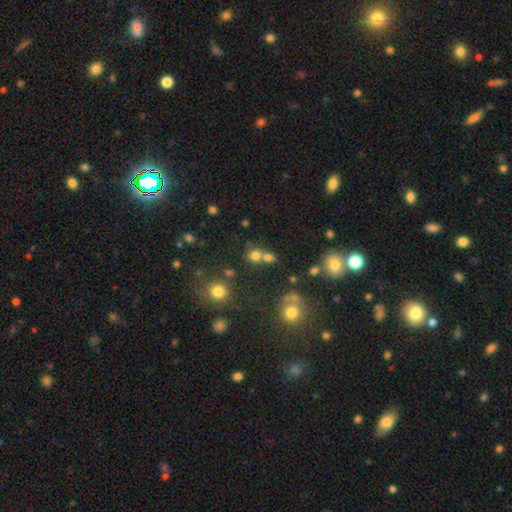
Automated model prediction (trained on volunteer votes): smooth_or_featured: smooth (p=0.70) [alt: star or artifact p=0.19]
how_rounded: round (p=0.82) [alt: in between p=0.17]
merging: none (p=0.46) [alt: merger p=0.43]